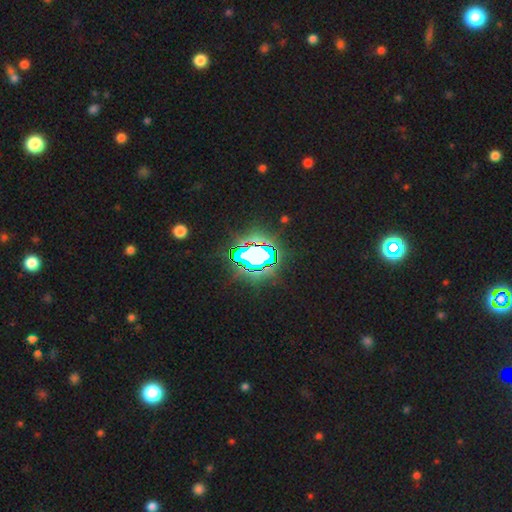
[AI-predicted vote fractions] Smooth or featured? Predicted: star or artifact (p=0.72).